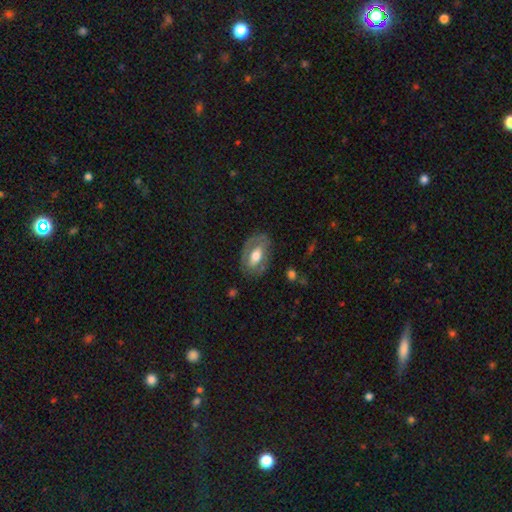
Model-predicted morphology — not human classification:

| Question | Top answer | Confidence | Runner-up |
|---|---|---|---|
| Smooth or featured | featured or disk | 55% | smooth (39%) |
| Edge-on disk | no | 89% | yes (11%) |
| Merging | none | 72% | minor disturbance (18%) |